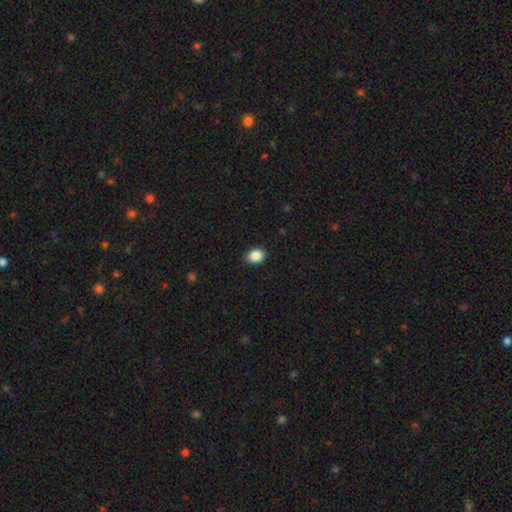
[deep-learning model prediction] smooth 87%, star or artifact 9%, featured or disk 4%. Down the decision tree: how rounded — in between (69%); merging — none (87%).